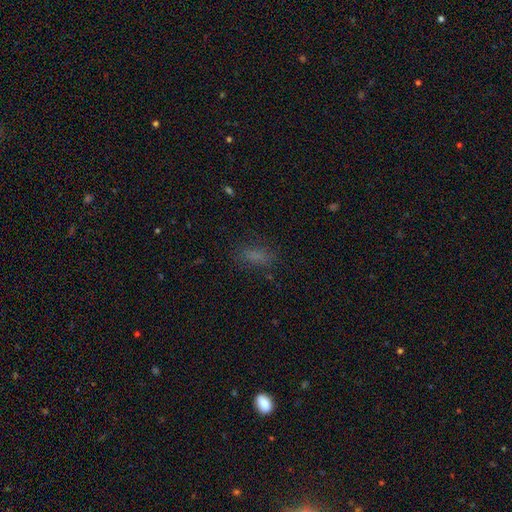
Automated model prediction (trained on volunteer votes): Smooth or featured? Predicted: smooth (p=0.72). How rounded? Predicted: in between (p=0.68). Merging? Predicted: none (p=0.74).